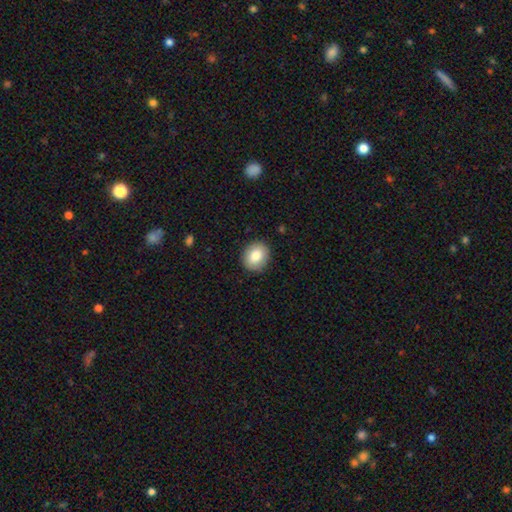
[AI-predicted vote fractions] Q: Smooth or featured?
A: smooth (81%); runner-up: featured or disk (11%)
Q: How rounded?
A: round (65%); runner-up: in between (34%)
Q: Merging?
A: none (89%); runner-up: minor disturbance (8%)